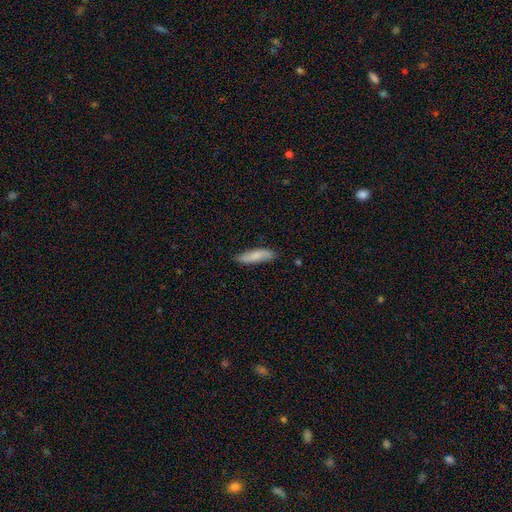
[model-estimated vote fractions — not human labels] A smooth galaxy with no disk features (70%) that is cigar-shaped (65%).

Vote fractions:
- Smooth or featured? smooth: 70% / featured or disk: 24% / star or artifact: 6%
- How rounded? cigar-shaped: 65% / in between: 33% / round: 2%
- Merging? none: 80% / minor disturbance: 16% / major disturbance: 3% / merger: 1%